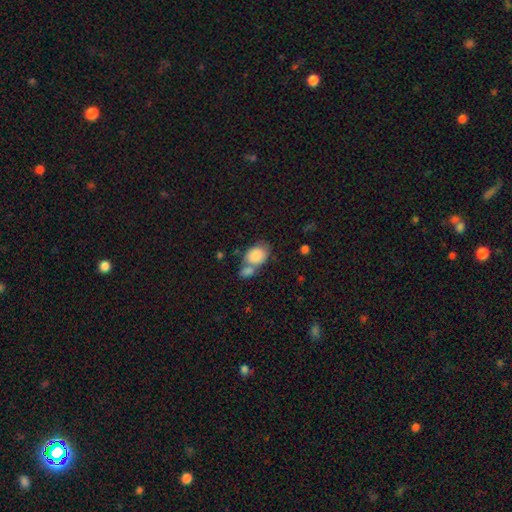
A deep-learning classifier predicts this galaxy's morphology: Smooth or featured?
  - smooth: 85% *
  - featured or disk: 8%
  - star or artifact: 7%
How rounded?
  - in between: 68% *
  - round: 30%
  - cigar-shaped: 1%
Merging?
  - merger: 48% *
  - none: 34%
  - minor disturbance: 13%
  - major disturbance: 6%